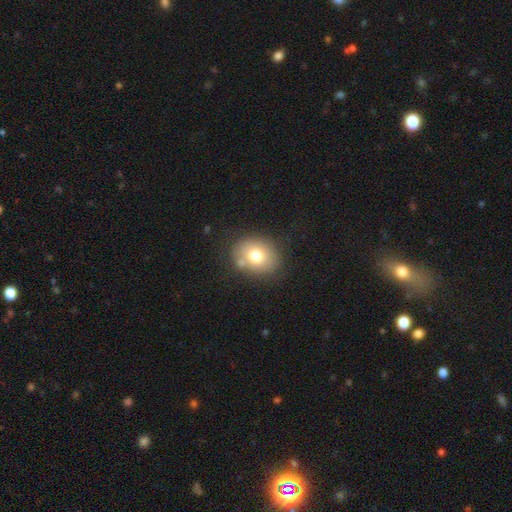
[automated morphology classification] Overall: smooth (74%). How rounded: round (54%; in between 45%). Merging: none (75%).